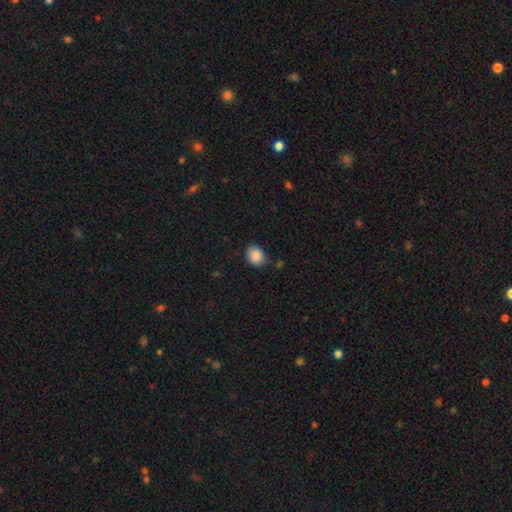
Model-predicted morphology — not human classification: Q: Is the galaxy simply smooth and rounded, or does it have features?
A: smooth — 87%.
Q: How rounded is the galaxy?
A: in between — 58%.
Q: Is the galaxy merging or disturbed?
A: none — 74%.